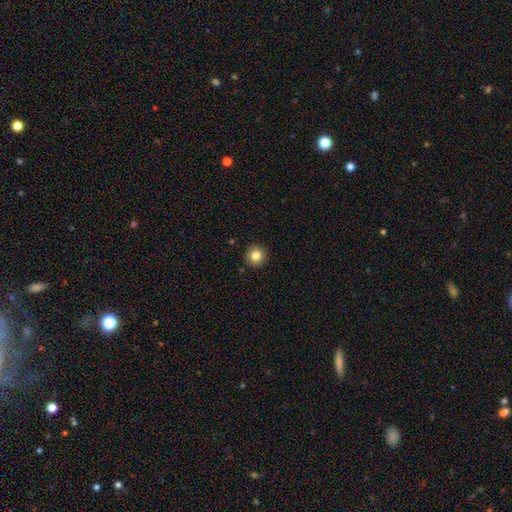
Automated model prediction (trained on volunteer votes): A smooth galaxy with no disk features (83%) that is round (95%).

Vote fractions:
- Smooth or featured? smooth: 83% / star or artifact: 11% / featured or disk: 7%
- How rounded? round: 95% / in between: 4% / cigar-shaped: 1%
- Merging? none: 92% / minor disturbance: 5% / major disturbance: 2% / merger: 1%